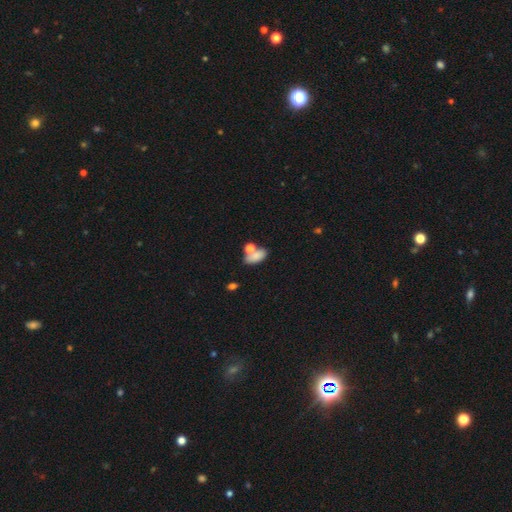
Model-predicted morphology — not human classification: Smooth or featured? Predicted: smooth (p=0.77). How rounded? Predicted: in between (p=0.84). Merging? Predicted: none (p=0.44).